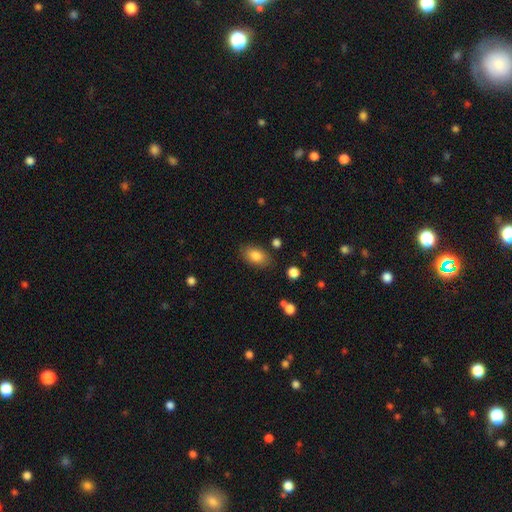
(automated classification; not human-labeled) A smooth galaxy with no disk features (83%) that is in between round and cigar-shaped (88%).

Vote fractions:
- Smooth or featured? smooth: 83% / featured or disk: 9% / star or artifact: 8%
- How rounded? in between: 88% / round: 10% / cigar-shaped: 2%
- Merging? none: 81% / minor disturbance: 13% / major disturbance: 4% / merger: 2%